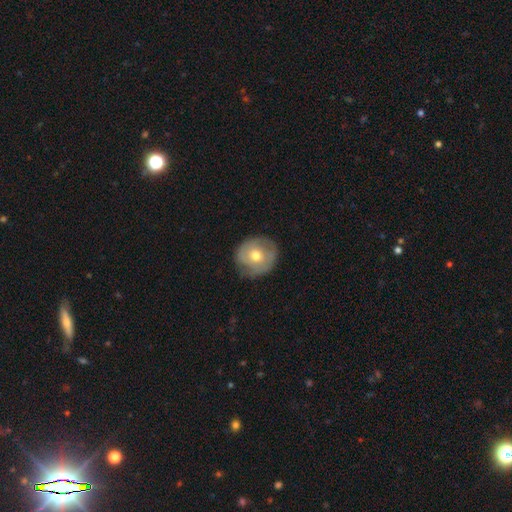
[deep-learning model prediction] This is possibly a smooth galaxy (48%). Merging: likely none (72%).